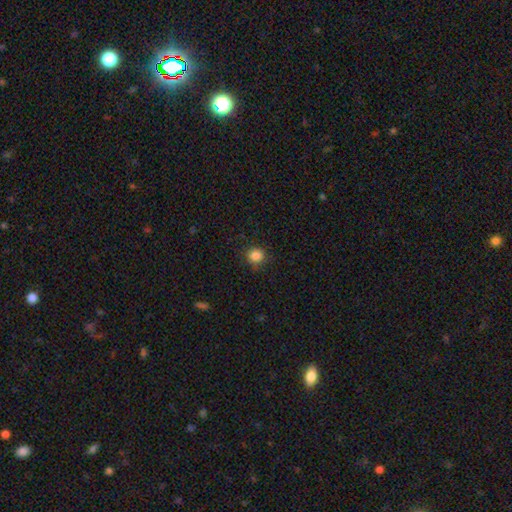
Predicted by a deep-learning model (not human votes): This appears to be a smooth galaxy with no disk features (85%) that is round (88%). Merging: none (85%).